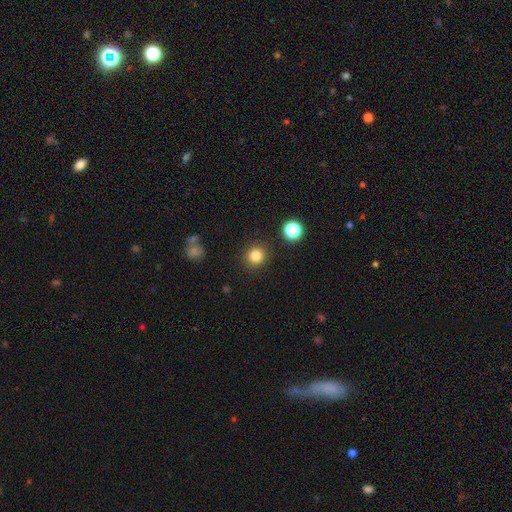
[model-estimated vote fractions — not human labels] smooth_or_featured: smooth (p=0.82) [alt: star or artifact p=0.13]
how_rounded: round (p=0.92) [alt: in between p=0.08]
merging: none (p=0.90) [alt: minor disturbance p=0.06]